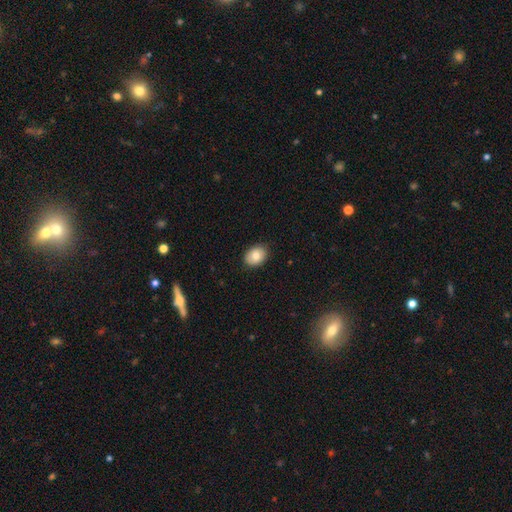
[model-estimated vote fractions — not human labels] Smooth or featured? smooth (81%)
How rounded? in between (72%)
Merging? none (85%)